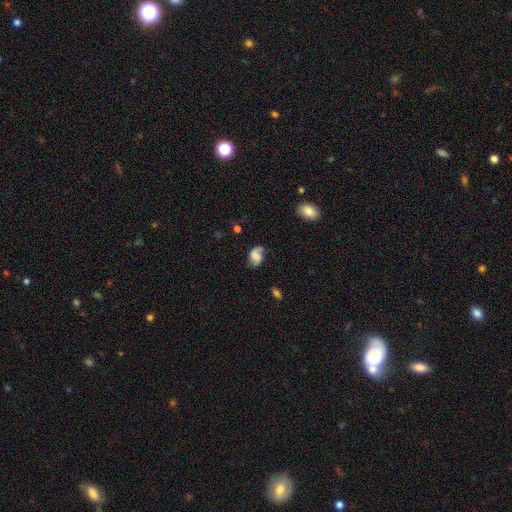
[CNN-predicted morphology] A featured or disk galaxy (47%).

Vote fractions:
- Smooth or featured? featured or disk: 47% / smooth: 43% / star or artifact: 10%
- Merging? none: 51% / minor disturbance: 29% / major disturbance: 17% / merger: 3%